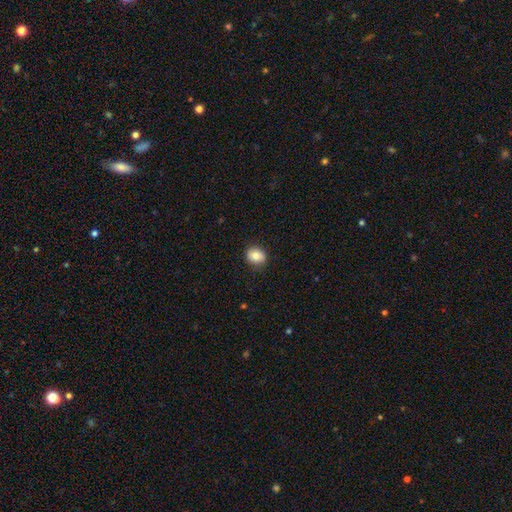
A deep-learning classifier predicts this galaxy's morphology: Smooth or featured: smooth — 83% (featured or disk — 9%)
How rounded: round — 62% (in between — 37%)
Merging: none — 86% (minor disturbance — 11%)